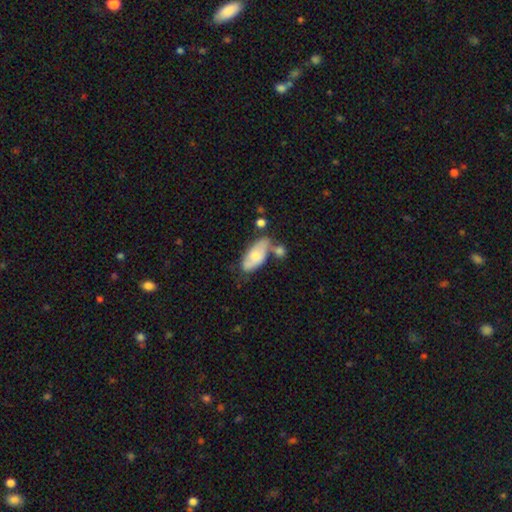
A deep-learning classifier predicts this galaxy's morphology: smooth_or_featured: smooth (p=0.60) [alt: featured or disk p=0.34]
how_rounded: in between (p=0.88) [alt: cigar-shaped p=0.09]
merging: none (p=0.44) [alt: minor disturbance p=0.24]